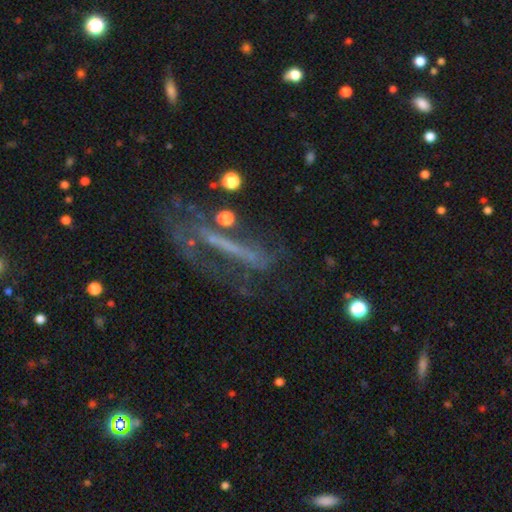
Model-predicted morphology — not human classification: Smooth or featured?
  - featured or disk: 60% *
  - smooth: 23%
  - star or artifact: 18%
Edge-on disk?
  - no: 60% *
  - yes: 40%
Merging?
  - none: 43% *
  - major disturbance: 32%
  - minor disturbance: 18%
  - merger: 7%